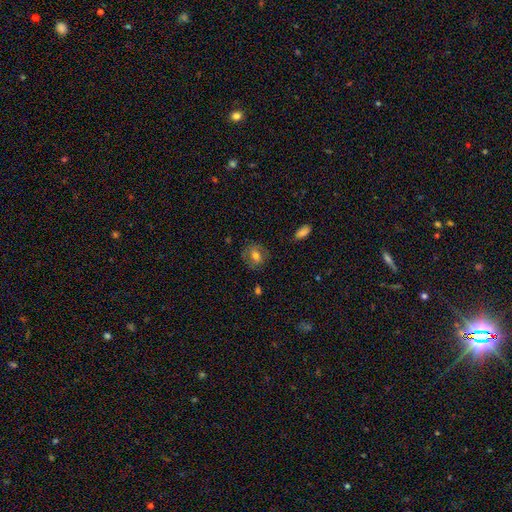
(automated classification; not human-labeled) Smooth or featured? Predicted: smooth (p=0.63). How rounded? Predicted: round (p=0.55). Merging? Predicted: none (p=0.75).